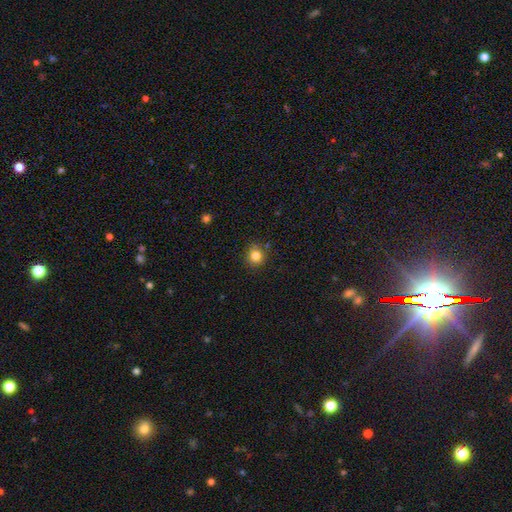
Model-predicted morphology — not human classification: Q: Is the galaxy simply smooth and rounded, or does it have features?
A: smooth — 82%.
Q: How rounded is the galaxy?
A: round — 89%.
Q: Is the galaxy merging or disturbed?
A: none — 87%.